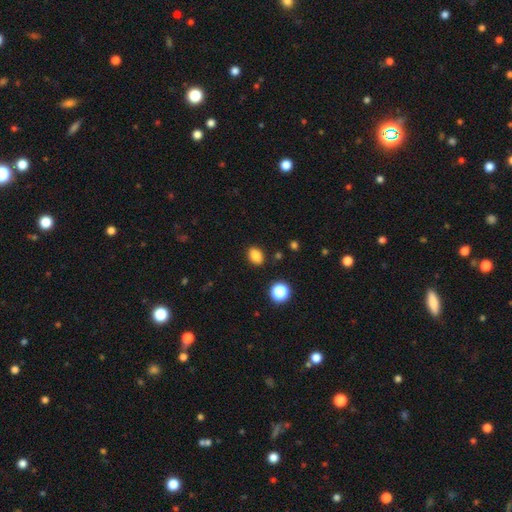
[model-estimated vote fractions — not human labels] Smooth or featured? smooth (84%)
How rounded? in between (70%)
Merging? none (87%)